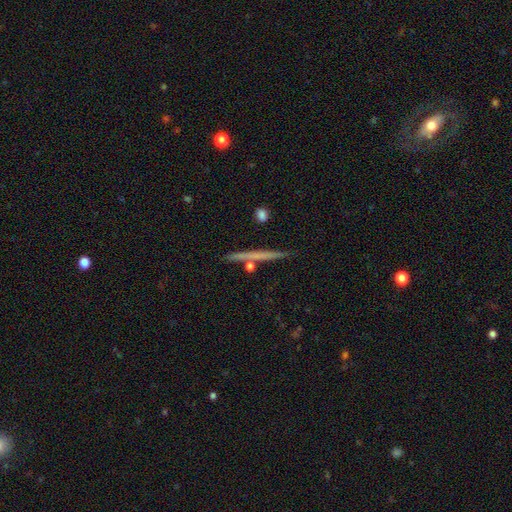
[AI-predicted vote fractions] This appears to be a featured or disk galaxy (54%) viewed edge-on (97%) with no central bulge (83%). Merging: none (86%).